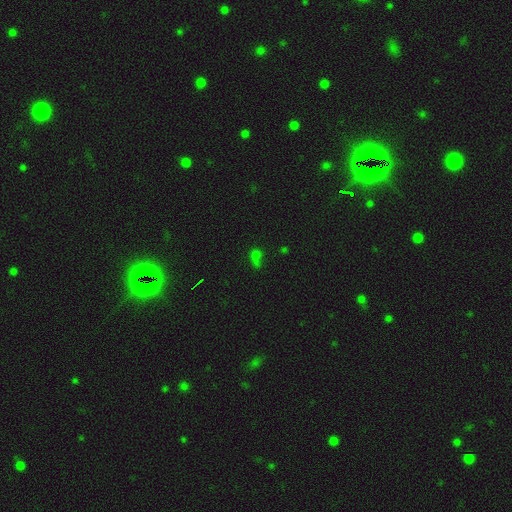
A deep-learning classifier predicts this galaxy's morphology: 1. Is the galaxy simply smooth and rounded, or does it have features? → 51% smooth, 39% star or artifact, 10% featured or disk.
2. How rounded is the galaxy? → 57% in between, 37% round, 6% cigar-shaped.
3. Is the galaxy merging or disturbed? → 44% none, 20% minor disturbance, 19% major disturbance, 18% merger.